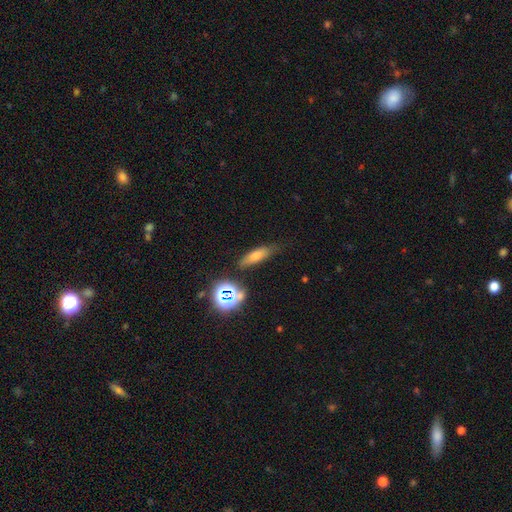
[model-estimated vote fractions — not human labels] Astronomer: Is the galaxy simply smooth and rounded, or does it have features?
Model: smooth — 59%.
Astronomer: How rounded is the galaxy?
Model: cigar-shaped — 52% (runner-up: in between, 41%).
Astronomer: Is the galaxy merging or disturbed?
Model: none — 72%.